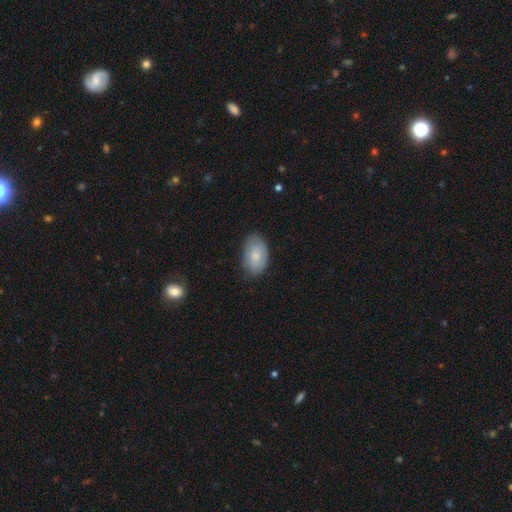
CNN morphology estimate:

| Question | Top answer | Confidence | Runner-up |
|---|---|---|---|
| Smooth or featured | smooth | 78% | featured or disk (16%) |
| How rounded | in between | 91% | round (8%) |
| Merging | none | 77% | minor disturbance (19%) |